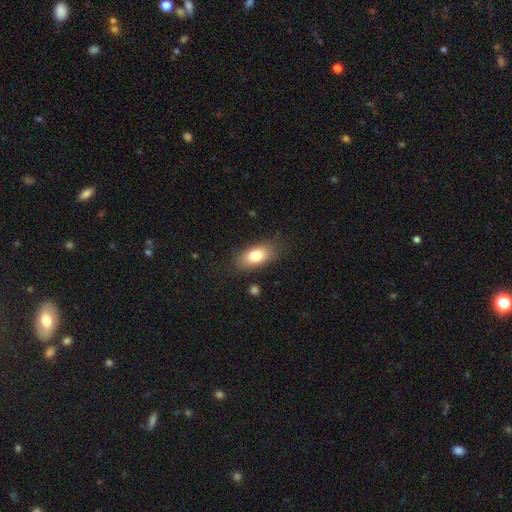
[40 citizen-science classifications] Volunteers were most divided on "smooth or featured": smooth: 78%, star or artifact: 12%, featured or disk: 10%. More confident: how rounded — in between (94%); merging — none (89%).